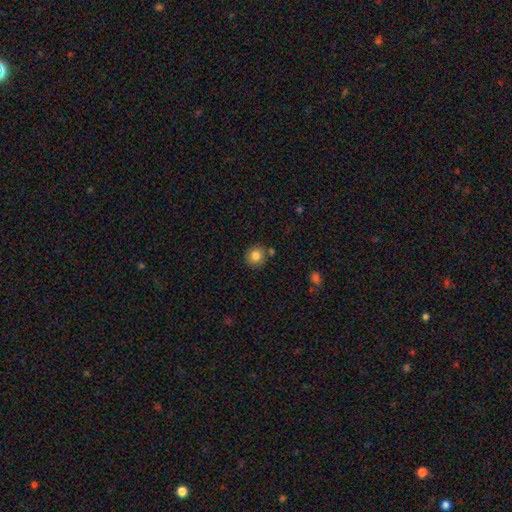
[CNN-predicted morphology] type=smooth (82%); roundness=round (91%); merging=none (82%).